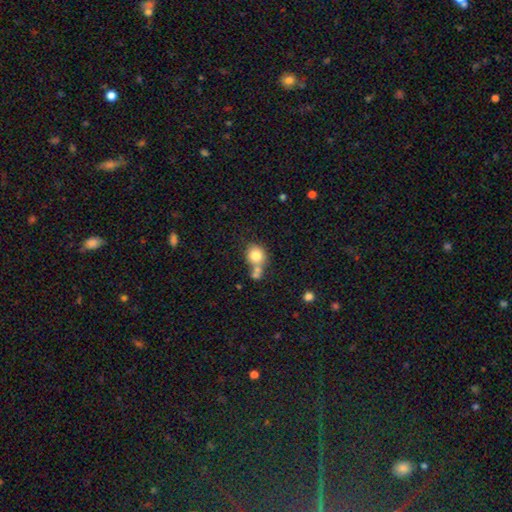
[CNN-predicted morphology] This is likely a smooth galaxy (78%). How rounded: likely round (78%). Merging: marginally none (44%).